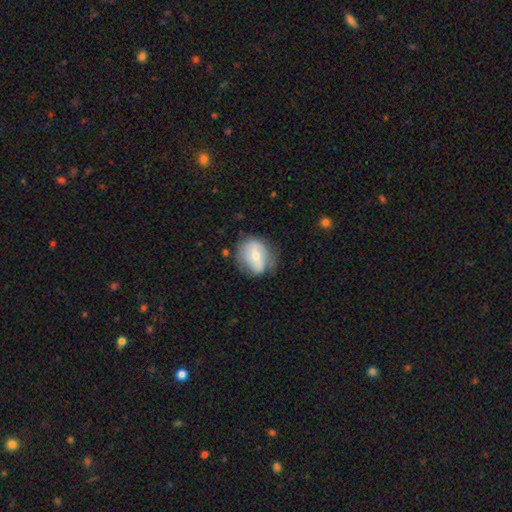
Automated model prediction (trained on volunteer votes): Overall: featured or disk (51%; smooth 42%). Edge-on disk: no (94%). Merging: none (58%; minor disturbance 27%).